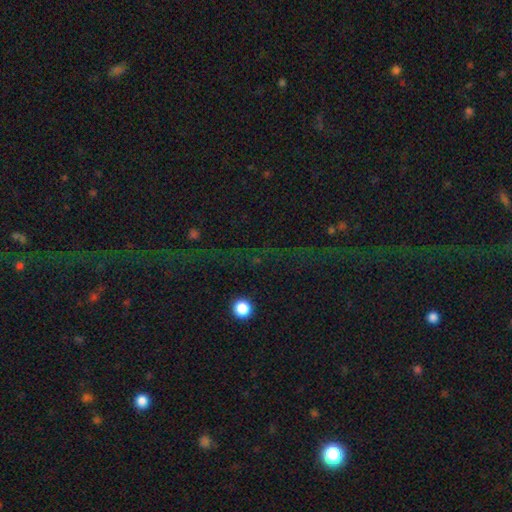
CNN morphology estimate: Overall: star or artifact (78%).